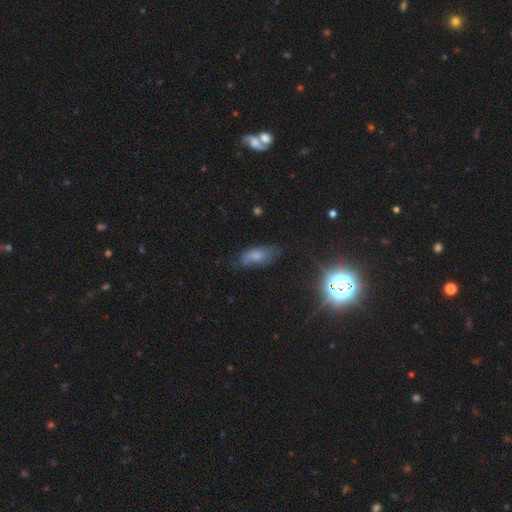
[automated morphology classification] smooth 65%, featured or disk 20%, star or artifact 15%. Down the decision tree: how rounded — in between (82%); merging — none (57%).